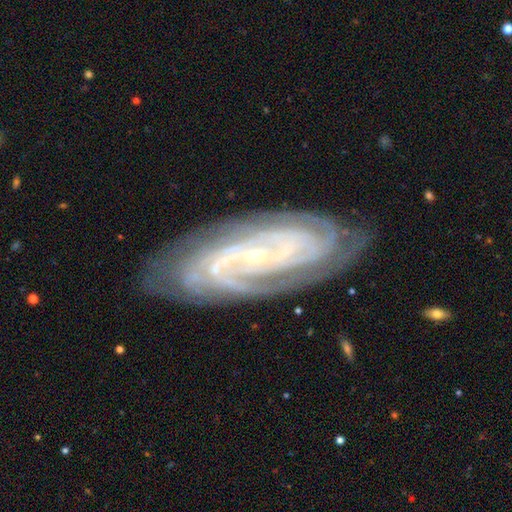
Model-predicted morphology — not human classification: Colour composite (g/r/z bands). It shows a featured or disk galaxy (90%) with no bar (53%), 2 (26%) tight (74%) spiral arms (98%) and a small central bulge (84%). Merging: none (81%).